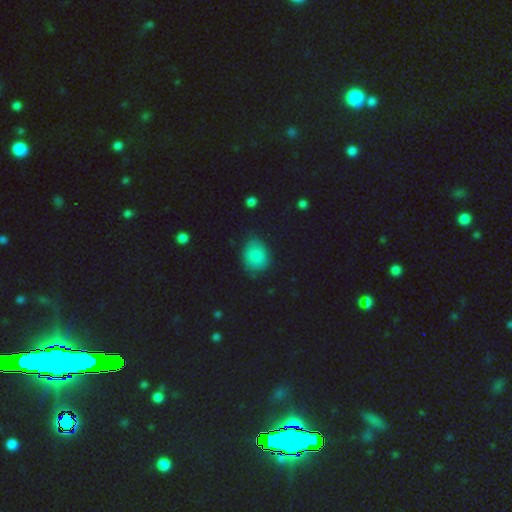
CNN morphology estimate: Smooth or featured: smooth — 80% (star or artifact — 11%)
How rounded: in between — 58% (round — 41%)
Merging: none — 74% (minor disturbance — 20%)